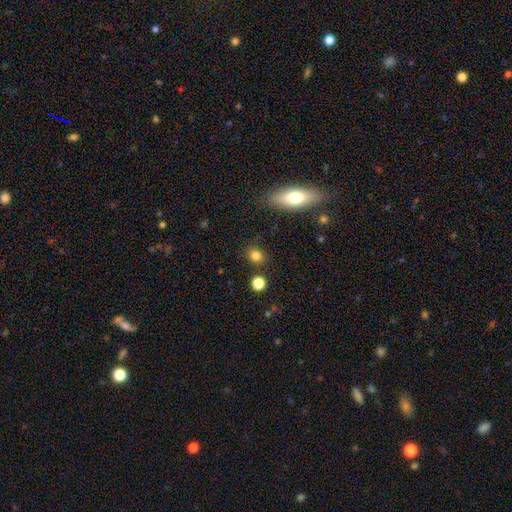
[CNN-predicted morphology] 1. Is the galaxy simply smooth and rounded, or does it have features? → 82% smooth, 12% star or artifact, 5% featured or disk.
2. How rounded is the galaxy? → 70% round, 28% in between, 2% cigar-shaped.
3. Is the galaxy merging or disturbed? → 82% none, 10% minor disturbance, 4% merger, 3% major disturbance.